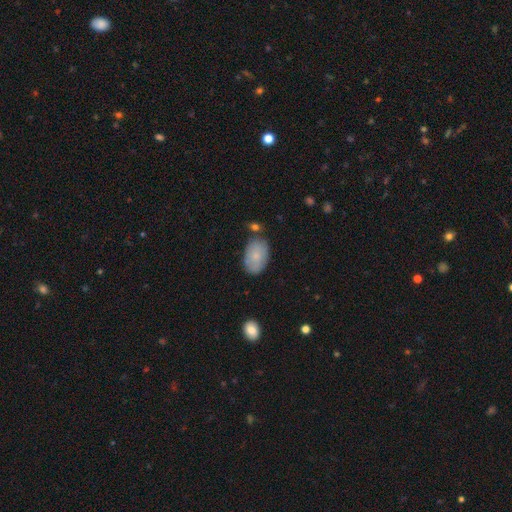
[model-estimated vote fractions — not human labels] A smooth galaxy with no disk features (77%) that is in between round and cigar-shaped (90%). Merging: none (73%).